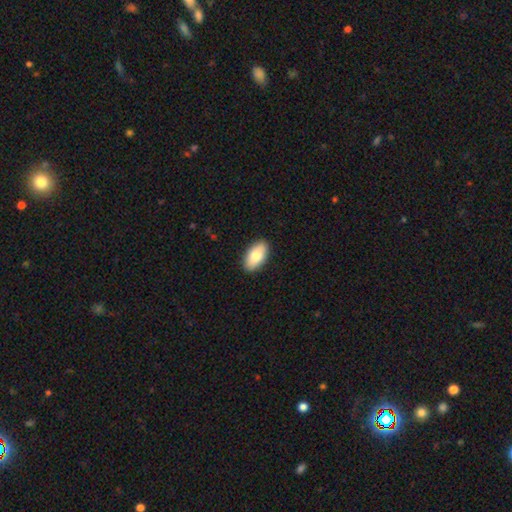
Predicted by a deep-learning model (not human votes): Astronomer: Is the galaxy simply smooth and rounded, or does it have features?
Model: smooth — 80%.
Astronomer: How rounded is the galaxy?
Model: in between — 94%.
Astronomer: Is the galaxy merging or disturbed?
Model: none — 90%.